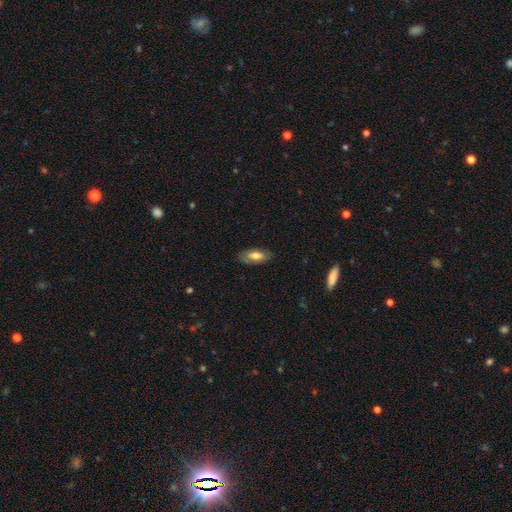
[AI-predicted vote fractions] Smooth or featured?
  - smooth: 66% *
  - featured or disk: 28%
  - star or artifact: 7%
How rounded?
  - in between: 84% *
  - cigar-shaped: 13%
  - round: 2%
Merging?
  - none: 79% *
  - minor disturbance: 16%
  - major disturbance: 4%
  - merger: 1%